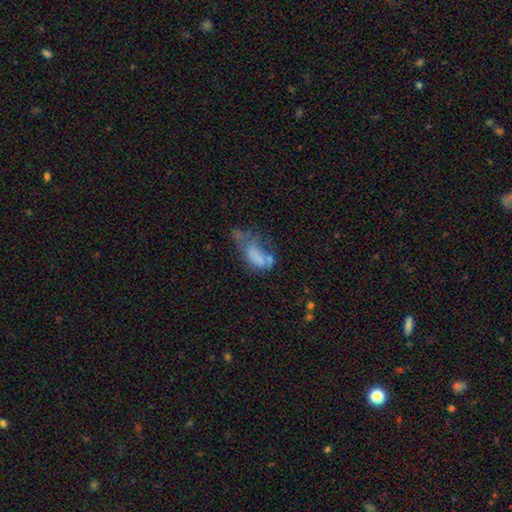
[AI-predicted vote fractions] Smooth or featured? smooth (59%)
How rounded? in between (85%)
Merging? major disturbance (40%)